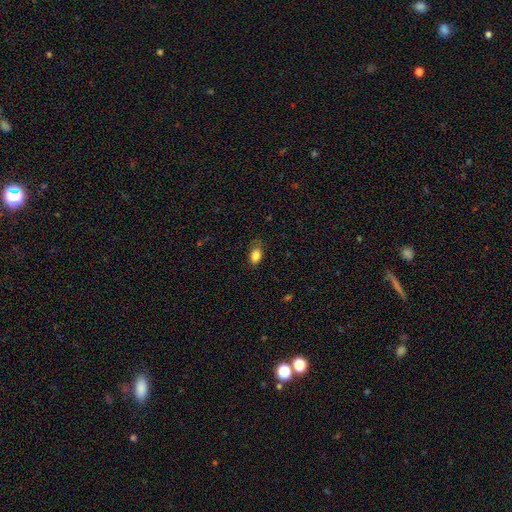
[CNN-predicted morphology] Smooth or featured? Predicted: smooth (p=0.83). How rounded? Predicted: in between (p=0.86). Merging? Predicted: none (p=0.64).